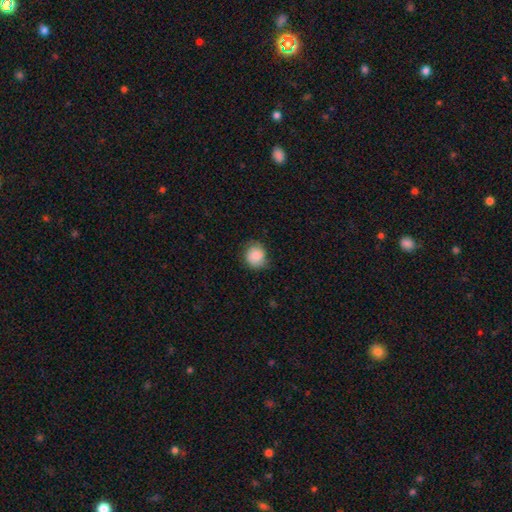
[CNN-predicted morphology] smooth-or-featured: smooth: 82% | featured or disk: 10% | star or artifact: 8%
  how-rounded: round: 80% | in between: 19% | cigar-shaped: 1%
  merging: none: 72% | minor disturbance: 22% | major disturbance: 5% | merger: 1%